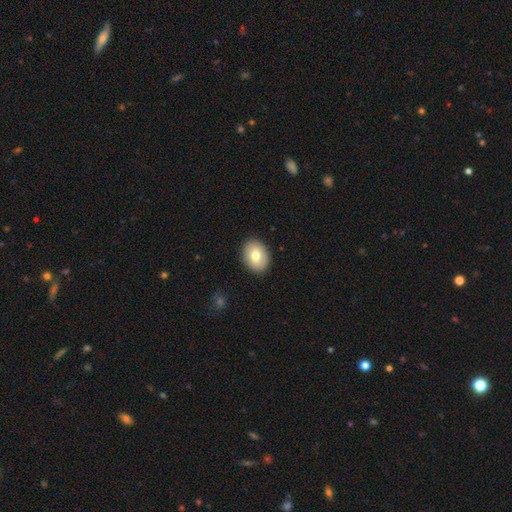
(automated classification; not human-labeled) This appears to be a smooth galaxy with no disk features (76%) that is in between round and cigar-shaped (72%). Merging: none (89%).